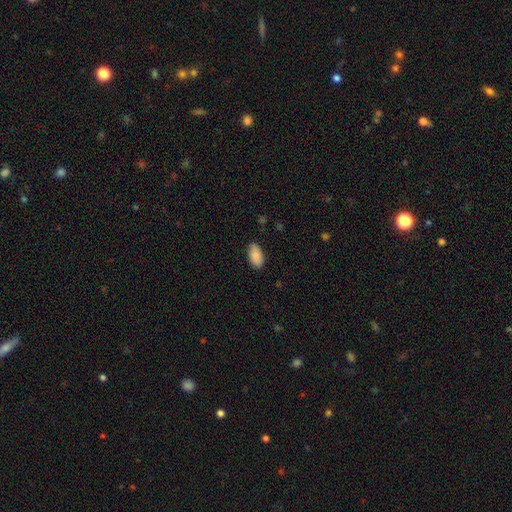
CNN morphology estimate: Smooth or featured? smooth (89%)
How rounded? in between (95%)
Merging? none (87%)